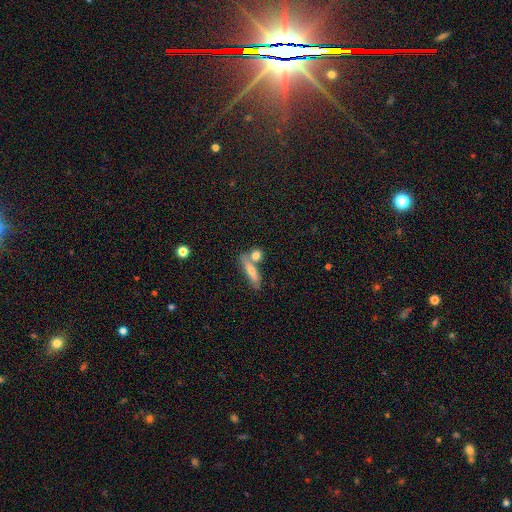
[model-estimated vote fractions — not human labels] Smooth or featured? smooth (68%)
How rounded? round (38%)
Merging? none (57%)